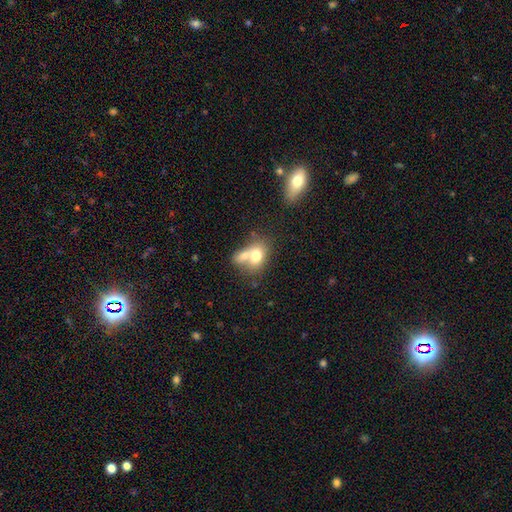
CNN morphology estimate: This appears to be a smooth galaxy with no disk features (72%) that is in between round and cigar-shaped (69%). Merging: merger (63%).